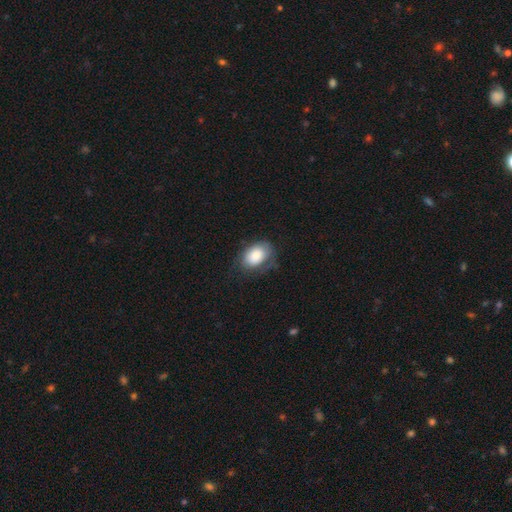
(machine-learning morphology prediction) This appears to be a smooth galaxy with no disk features (78%) that is in between round and cigar-shaped (83%). Merging: none (58%).